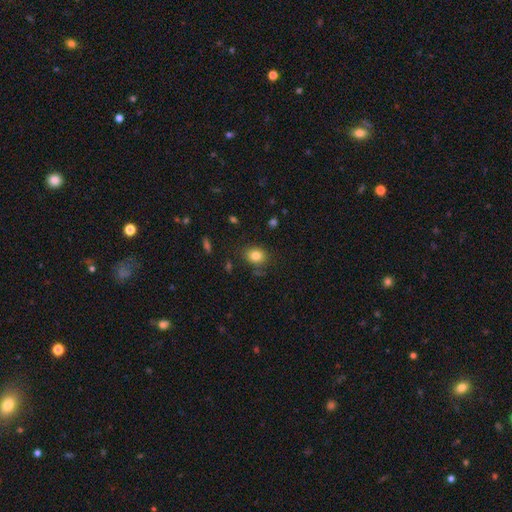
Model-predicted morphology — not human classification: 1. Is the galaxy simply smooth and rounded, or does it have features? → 82% smooth, 11% star or artifact, 7% featured or disk.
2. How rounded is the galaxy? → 52% round, 47% in between, 1% cigar-shaped.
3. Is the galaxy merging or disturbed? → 81% none, 13% minor disturbance, 4% major disturbance, 3% merger.